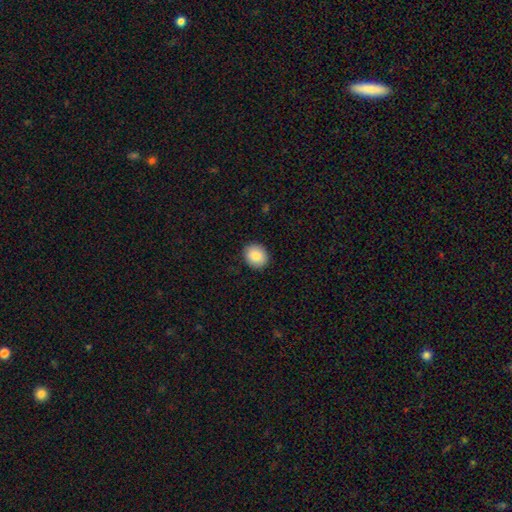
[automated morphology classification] type=smooth (85%); roundness=round (76%); merging=none (91%).